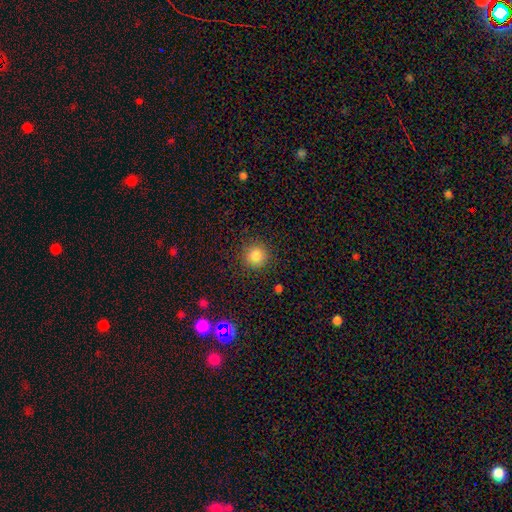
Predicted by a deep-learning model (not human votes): Morphology: type=smooth (84%); roundness=round (94%); merging=none (89%).